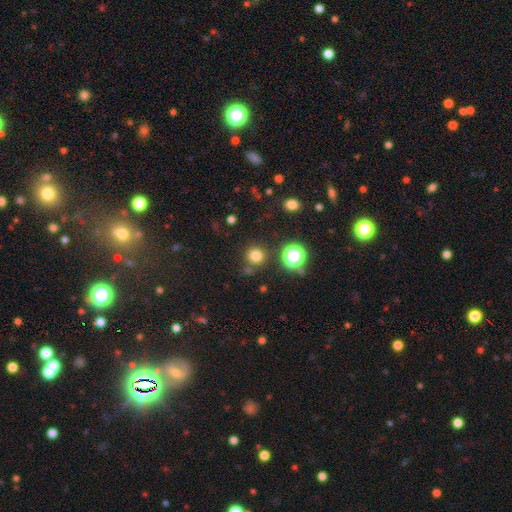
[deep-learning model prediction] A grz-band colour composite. It shows a smooth galaxy with no disk features (75%) that is round (94%). Merging: none (83%).